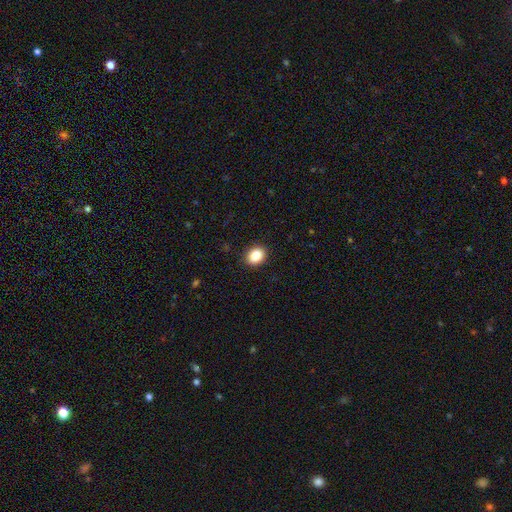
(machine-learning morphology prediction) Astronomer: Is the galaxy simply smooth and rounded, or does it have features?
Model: smooth — 87%.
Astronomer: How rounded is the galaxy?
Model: in between — 58% (runner-up: round, 41%).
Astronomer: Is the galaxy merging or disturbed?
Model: none — 90%.